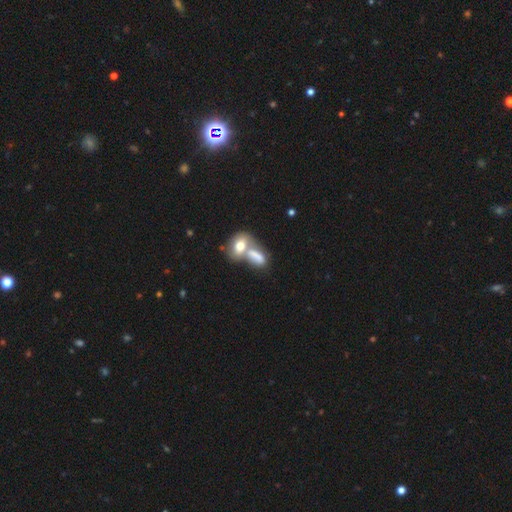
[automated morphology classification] The model was most divided on "merging": merger: 65%, none: 21%, minor disturbance: 8%, major disturbance: 6%. More confident: how rounded — in between (78%); smooth or featured — smooth (71%).